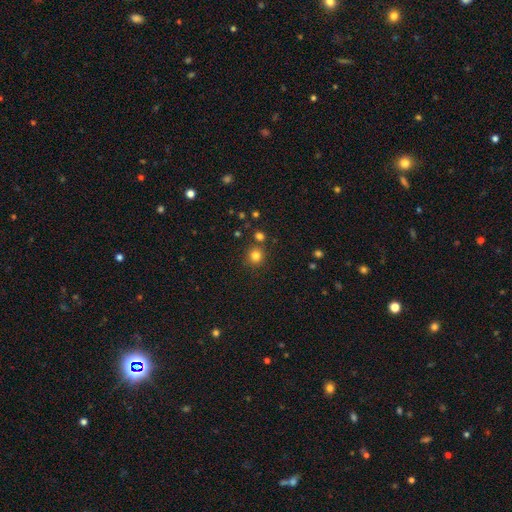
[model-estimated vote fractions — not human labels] Q: Smooth or featured?
A: smooth (81%); runner-up: star or artifact (14%)
Q: How rounded?
A: round (91%); runner-up: in between (8%)
Q: Merging?
A: none (80%); runner-up: merger (9%)